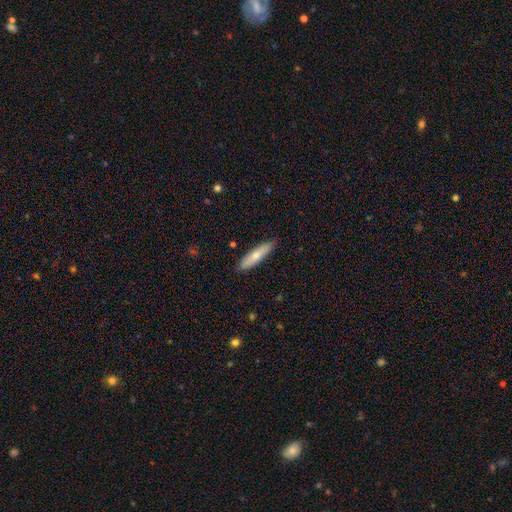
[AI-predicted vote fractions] Morphology: type=smooth (68%); roundness=cigar-shaped (73%); merging=none (87%).